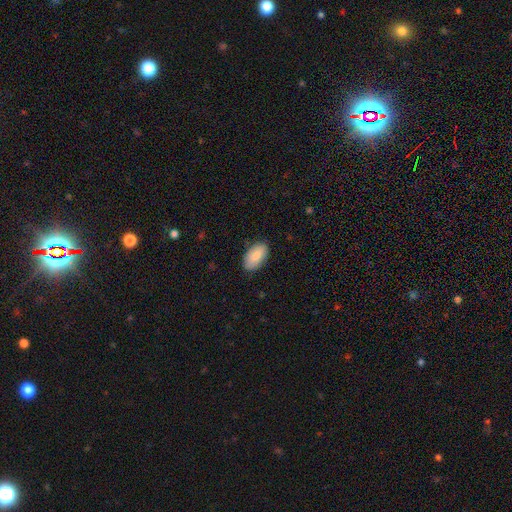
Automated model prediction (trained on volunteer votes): smooth 87%, featured or disk 7%, star or artifact 6%. Down the decision tree: how rounded — in between (95%); merging — none (84%).